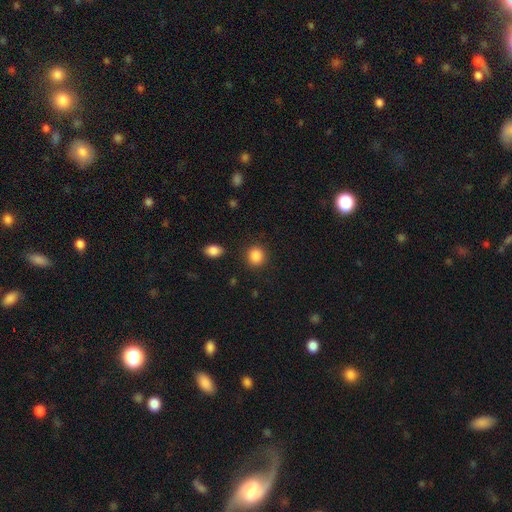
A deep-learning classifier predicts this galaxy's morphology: Smooth or featured? Predicted: smooth (p=0.87). How rounded? Predicted: round (p=0.86). Merging? Predicted: none (p=0.89).